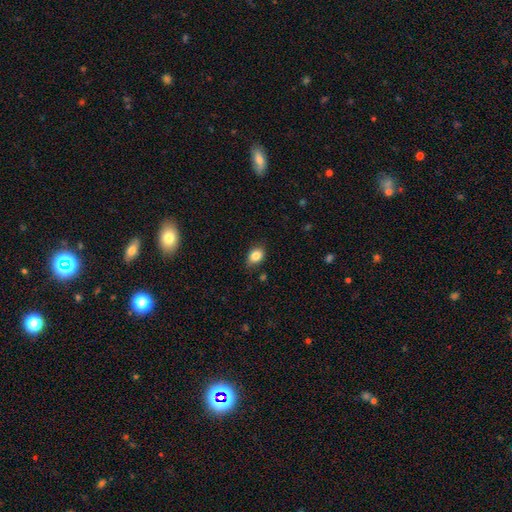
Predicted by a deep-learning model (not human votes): A smooth galaxy with no disk features (85%) that is in between round and cigar-shaped (68%).

Vote fractions:
- Smooth or featured? smooth: 85% / star or artifact: 9% / featured or disk: 6%
- How rounded? in between: 68% / round: 31% / cigar-shaped: 1%
- Merging? none: 79% / minor disturbance: 17% / major disturbance: 3% / merger: 1%